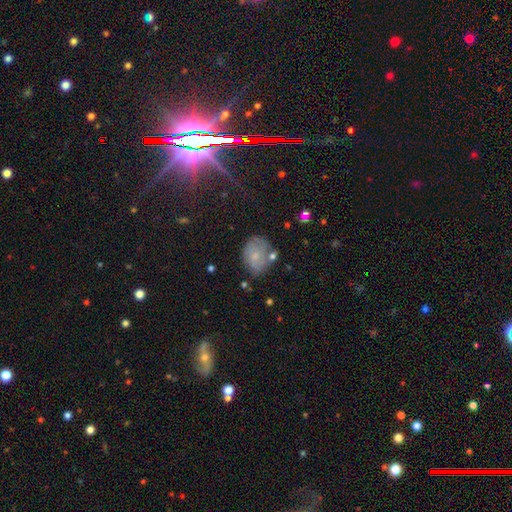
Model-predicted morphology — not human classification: A smooth galaxy with no disk features (56%) that is in between round and cigar-shaped (65%).

Vote fractions:
- Smooth or featured? smooth: 56% / featured or disk: 33% / star or artifact: 12%
- How rounded? in between: 65% / round: 34% / cigar-shaped: 1%
- Merging? none: 61% / minor disturbance: 23% / merger: 8% / major disturbance: 7%